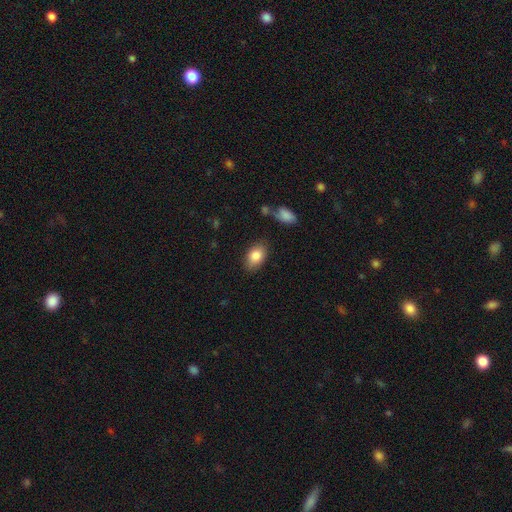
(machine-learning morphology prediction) A smooth galaxy with no disk features (84%) that is in between round and cigar-shaped (87%).

Vote fractions:
- Smooth or featured? smooth: 84% / featured or disk: 8% / star or artifact: 8%
- How rounded? in between: 87% / round: 12% / cigar-shaped: 2%
- Merging? none: 81% / minor disturbance: 14% / major disturbance: 3% / merger: 2%